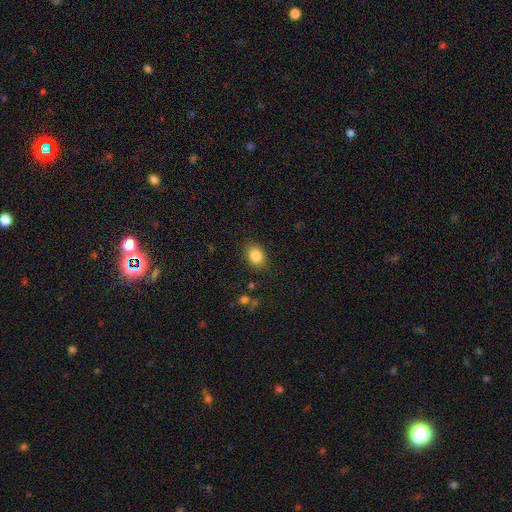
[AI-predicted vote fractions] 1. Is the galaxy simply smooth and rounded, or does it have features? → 85% smooth, 9% star or artifact, 6% featured or disk.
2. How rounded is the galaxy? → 63% in between, 36% round, 1% cigar-shaped.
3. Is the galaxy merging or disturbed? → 85% none, 11% minor disturbance, 3% major disturbance, 1% merger.